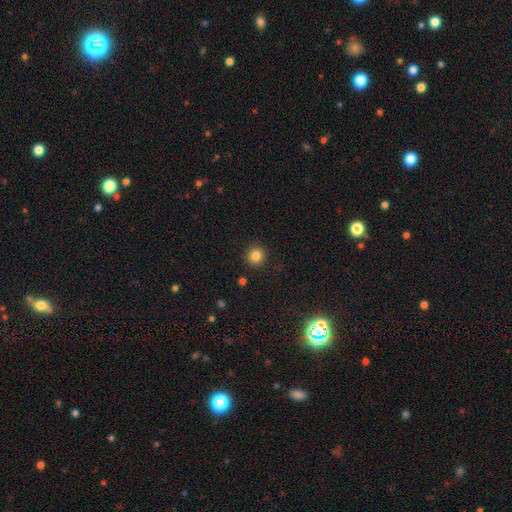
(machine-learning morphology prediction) Smooth or featured? Predicted: smooth (p=0.84). How rounded? Predicted: round (p=0.93). Merging? Predicted: none (p=0.92).